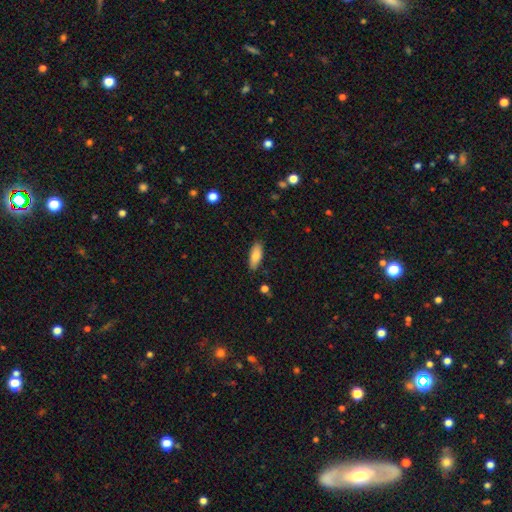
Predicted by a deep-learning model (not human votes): smooth-or-featured: smooth: 82% | featured or disk: 11% | star or artifact: 6%
  how-rounded: in between: 73% | cigar-shaped: 25% | round: 2%
  merging: none: 86% | minor disturbance: 11% | major disturbance: 2% | merger: 1%